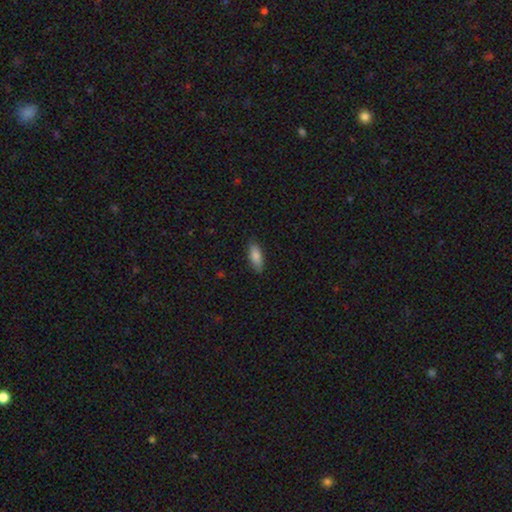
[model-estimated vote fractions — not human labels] smooth_or_featured: smooth (p=0.85) [alt: featured or disk p=0.08]
how_rounded: in between (p=0.74) [alt: cigar-shaped p=0.24]
merging: none (p=0.86) [alt: minor disturbance p=0.11]